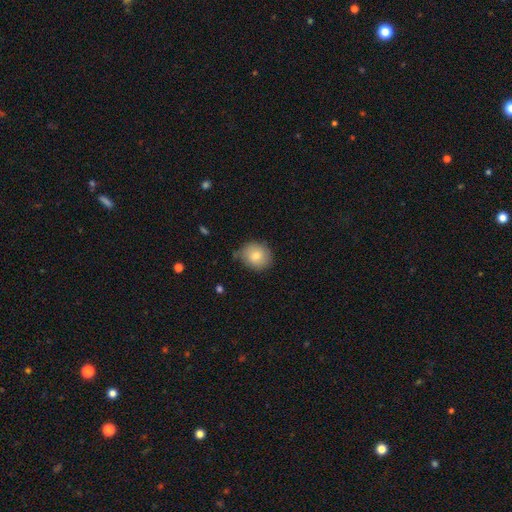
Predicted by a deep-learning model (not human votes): Morphology: type=smooth (79%); roundness=round (74%); merging=none (74%).